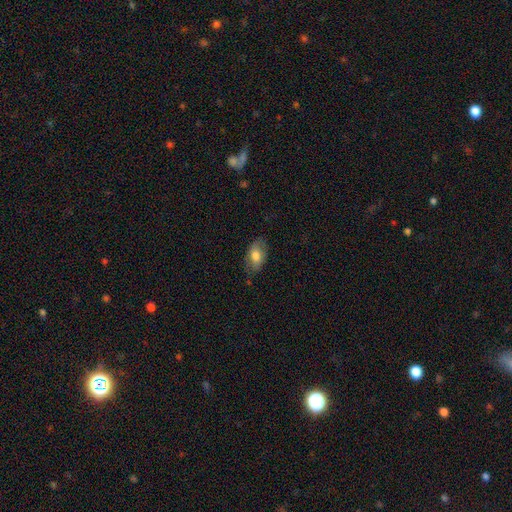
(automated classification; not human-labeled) Smooth or featured? Predicted: smooth (p=0.69). How rounded? Predicted: in between (p=0.92). Merging? Predicted: none (p=0.72).